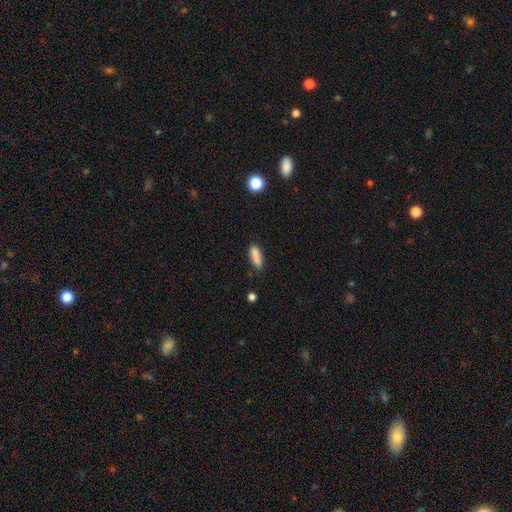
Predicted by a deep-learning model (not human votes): smooth_or_featured: smooth (p=0.86) [alt: star or artifact p=0.08]
how_rounded: cigar-shaped (p=0.53) [alt: in between p=0.45]
merging: none (p=0.79) [alt: minor disturbance p=0.15]